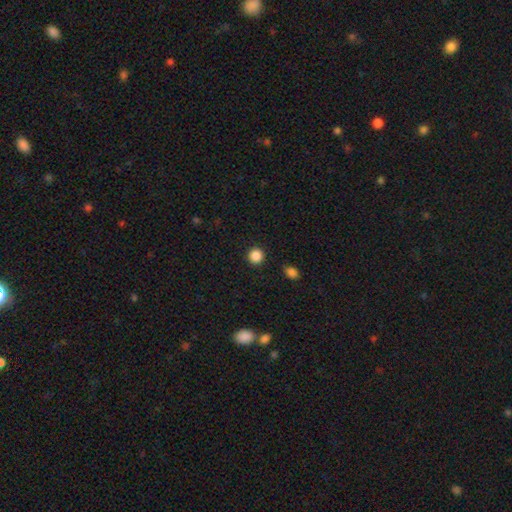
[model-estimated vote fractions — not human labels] Smooth or featured? smooth (87%)
How rounded? round (94%)
Merging? none (93%)